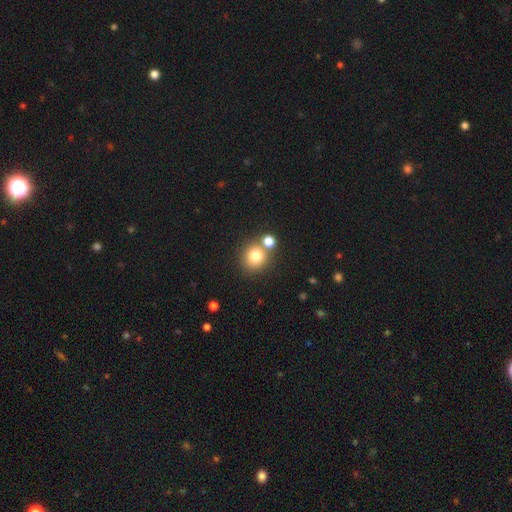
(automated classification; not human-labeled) Morphology: type=smooth (78%); roundness=round (84%); merging=none (65%).